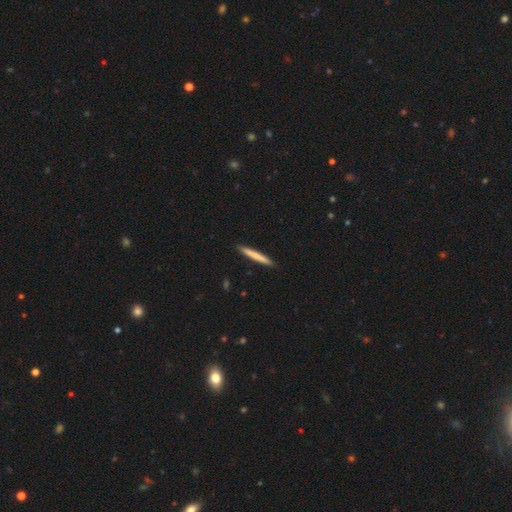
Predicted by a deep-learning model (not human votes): Smooth or featured? Predicted: smooth (p=0.72). How rounded? Predicted: cigar-shaped (p=0.97). Merging? Predicted: none (p=0.92).